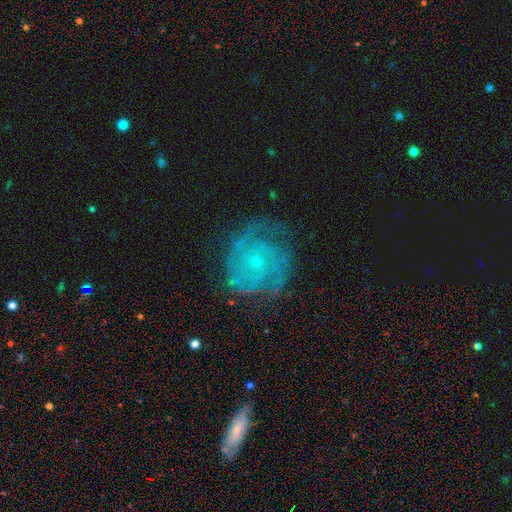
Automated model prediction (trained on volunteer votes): featured or disk 79%, smooth 11%, star or artifact 10%. Down the decision tree: edge-on disk — no (98%); bar — no (79%); spiral arms — yes (95%); spiral arm count — can't tell (26%); spiral winding — tight (62%); bulge size — small (81%); merging — none (78%).